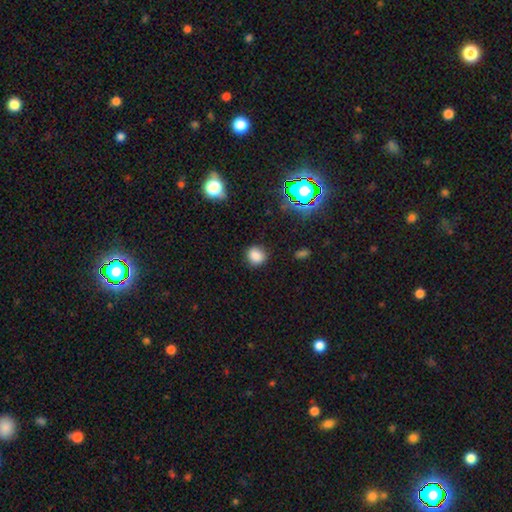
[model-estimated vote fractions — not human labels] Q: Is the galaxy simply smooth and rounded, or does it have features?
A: smooth — 82%.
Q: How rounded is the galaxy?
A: round — 82%.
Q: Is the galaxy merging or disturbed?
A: none — 87%.